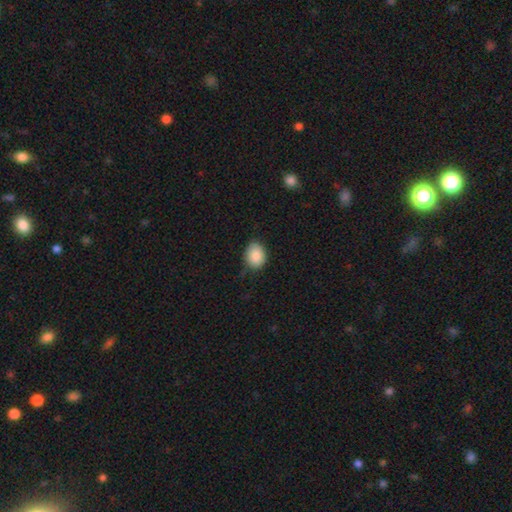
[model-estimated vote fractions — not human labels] Smooth or featured? smooth (87%)
How rounded? in between (60%)
Merging? none (75%)